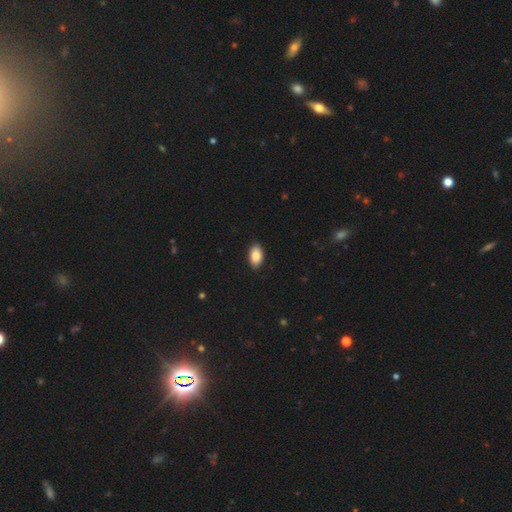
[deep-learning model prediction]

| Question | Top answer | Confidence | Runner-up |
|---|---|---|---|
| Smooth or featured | smooth | 87% | star or artifact (7%) |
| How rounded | in between | 94% | round (5%) |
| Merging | none | 90% | minor disturbance (7%) |